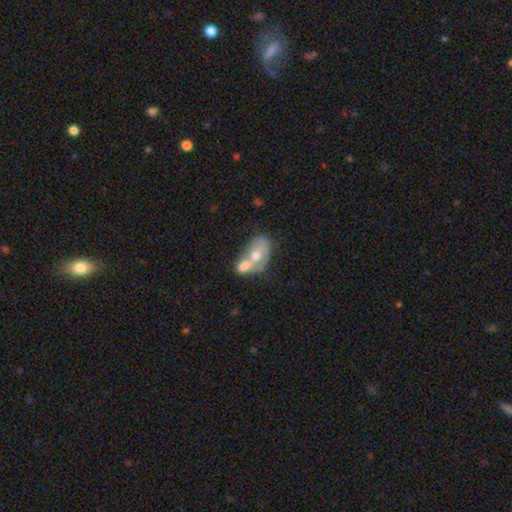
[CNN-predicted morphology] Smooth or featured: smooth — 50% (featured or disk — 42%)
How rounded: in between — 81% (round — 17%)
Merging: merger — 72% (none — 14%)